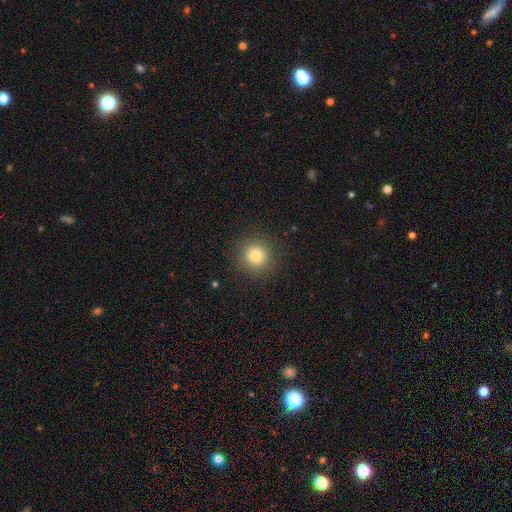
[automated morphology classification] Smooth or featured: smooth — 80% (star or artifact — 13%)
How rounded: round — 92% (in between — 7%)
Merging: none — 90% (minor disturbance — 6%)